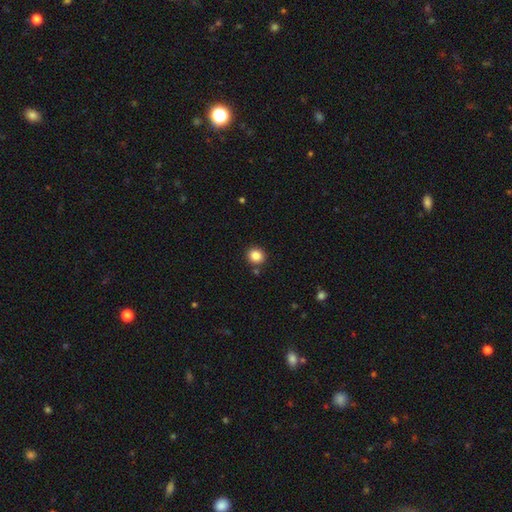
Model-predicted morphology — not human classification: smooth_or_featured: smooth (p=0.85) [alt: star or artifact p=0.10]
how_rounded: round (p=0.84) [alt: in between p=0.15]
merging: none (p=0.87) [alt: minor disturbance p=0.07]